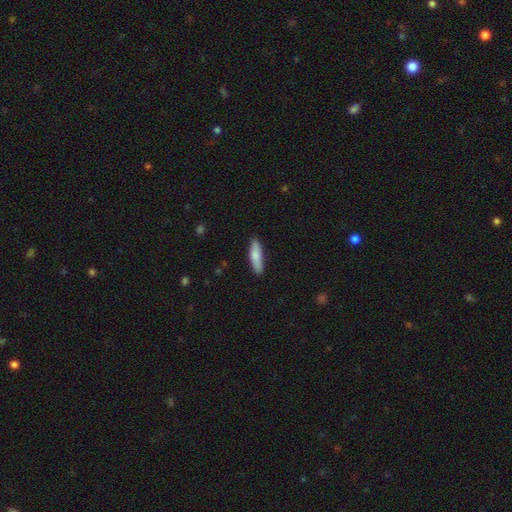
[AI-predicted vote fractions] This is clearly a smooth galaxy (80%). How rounded: likely cigar-shaped (70%). Merging: clearly none (87%).